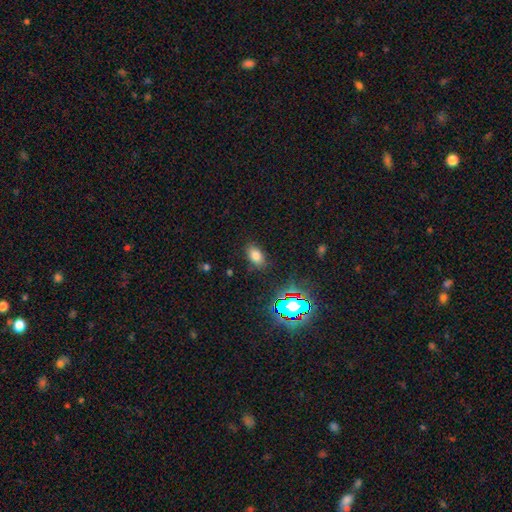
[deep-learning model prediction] Q: Smooth or featured?
A: smooth (74%); runner-up: star or artifact (18%)
Q: How rounded?
A: in between (88%); runner-up: round (9%)
Q: Merging?
A: none (83%); runner-up: minor disturbance (12%)